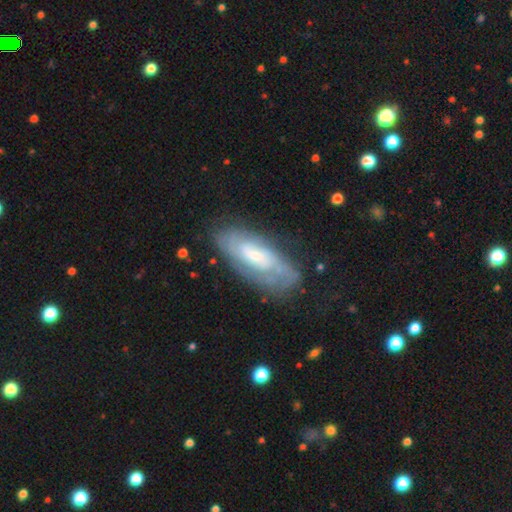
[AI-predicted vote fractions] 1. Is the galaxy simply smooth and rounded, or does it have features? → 69% featured or disk, 24% smooth, 6% star or artifact.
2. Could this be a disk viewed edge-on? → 87% no, 13% yes.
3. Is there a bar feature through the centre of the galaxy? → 54% no, 37% weak, 9% strong.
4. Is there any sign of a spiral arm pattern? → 82% yes, 18% no.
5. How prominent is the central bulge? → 46% small, 41% moderate, 7% large, 4% none, 1% dominant.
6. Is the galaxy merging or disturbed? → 70% none, 20% minor disturbance, 8% major disturbance, 2% merger.